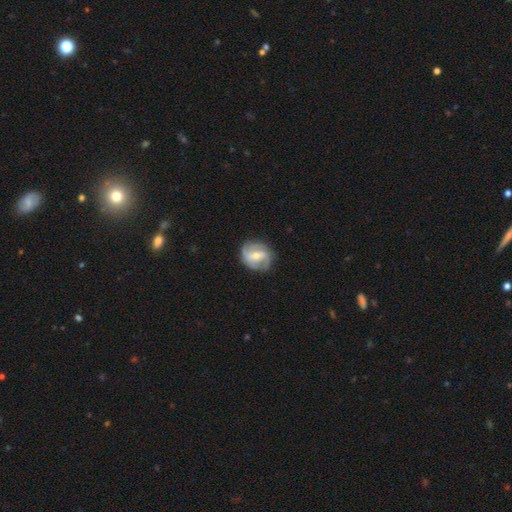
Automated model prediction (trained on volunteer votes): smooth-or-featured: featured or disk: 73% | smooth: 22% | star or artifact: 6%
  disk-edge-on: no: 97% | yes: 3%
    bar: weak: 46% | strong: 30% | no: 25%
    has-spiral-arms: yes: 86% | no: 14%
      spiral-winding: tight: 42% | medium: 41% | loose: 17%
      spiral-arm-count: 2: 57% | can't tell: 19% | 3: 14% | 1: 4% | 4: 3% | more than 4: 2%
    bulge-size: moderate: 53% | small: 43% | large: 2% | none: 1% | dominant: 1%
  merging: none: 76% | minor disturbance: 17% | major disturbance: 6% | merger: 1%